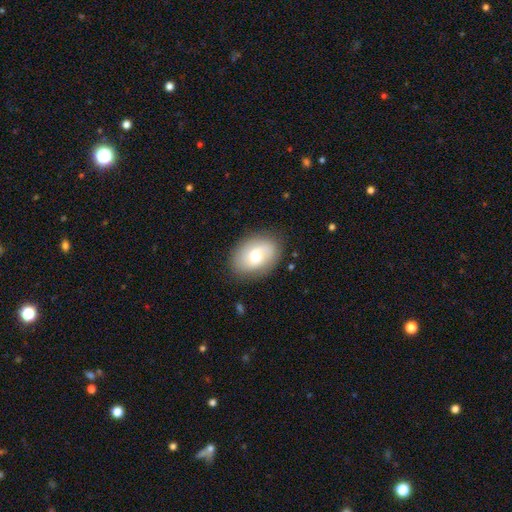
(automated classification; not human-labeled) Smooth or featured: smooth — 56% (featured or disk — 36%)
How rounded: in between — 75% (round — 24%)
Merging: none — 82% (minor disturbance — 12%)